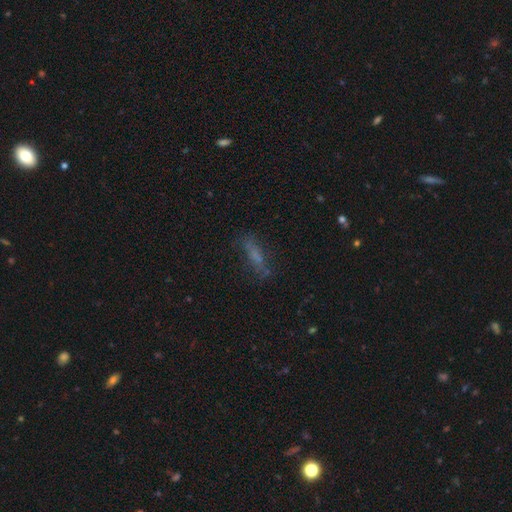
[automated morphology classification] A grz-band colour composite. It shows a smooth galaxy with no disk features (53%) that is cigar-shaped (64%). Merging: none (63%).